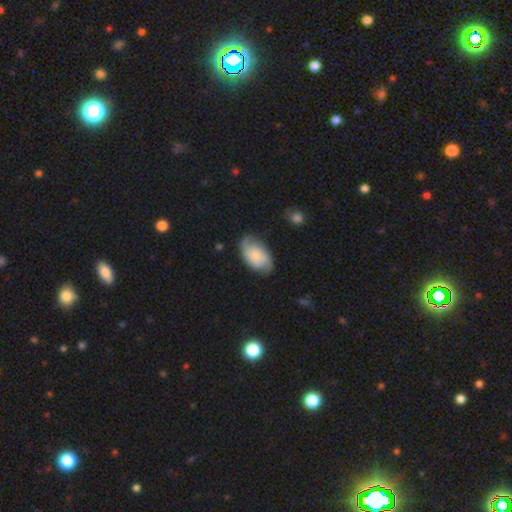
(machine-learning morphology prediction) Smooth or featured: smooth — 57% (featured or disk — 36%)
How rounded: in between — 93% (round — 5%)
Merging: none — 71% (minor disturbance — 21%)